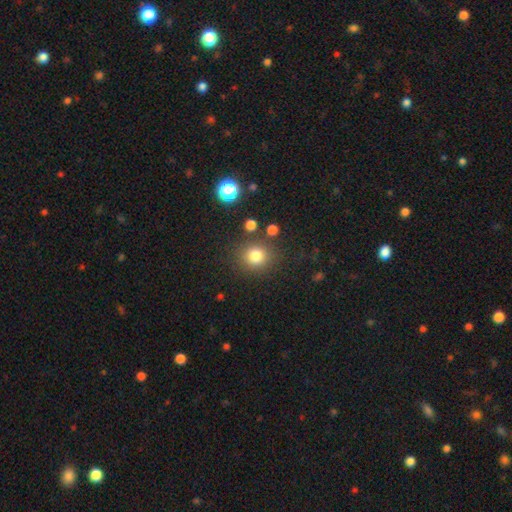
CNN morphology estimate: smooth 80%, star or artifact 14%, featured or disk 6%. Down the decision tree: how rounded — round (85%); merging — none (82%).